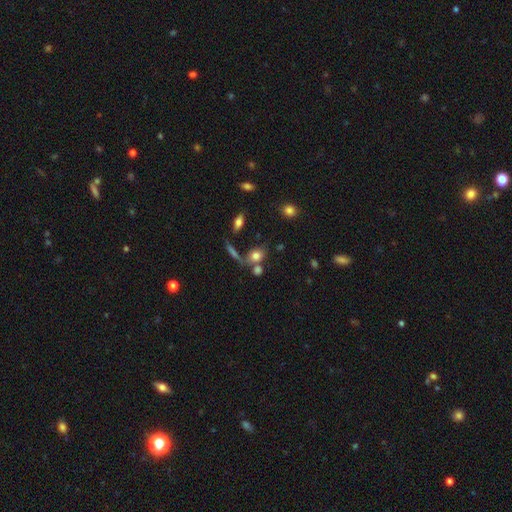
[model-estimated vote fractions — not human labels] A smooth galaxy with no disk features (74%) that is in between round and cigar-shaped (50%).

Vote fractions:
- Smooth or featured? smooth: 74% / featured or disk: 13% / star or artifact: 13%
- How rounded? in between: 50% / round: 46% / cigar-shaped: 4%
- Merging? none: 53% / merger: 27% / minor disturbance: 13% / major disturbance: 7%